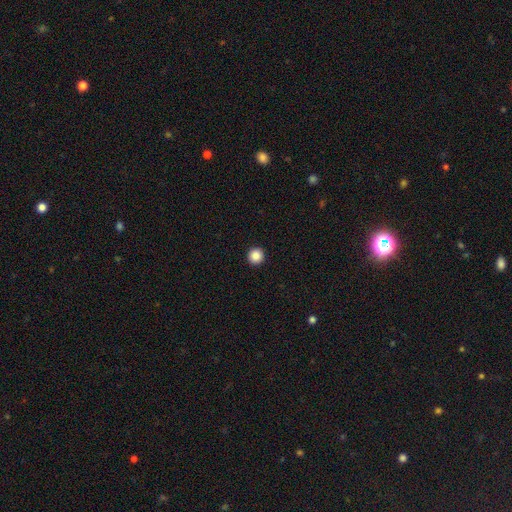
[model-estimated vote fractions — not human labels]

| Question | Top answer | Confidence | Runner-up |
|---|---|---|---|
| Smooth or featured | smooth | 87% | star or artifact (10%) |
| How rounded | round | 96% | in between (3%) |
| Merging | none | 94% | minor disturbance (4%) |